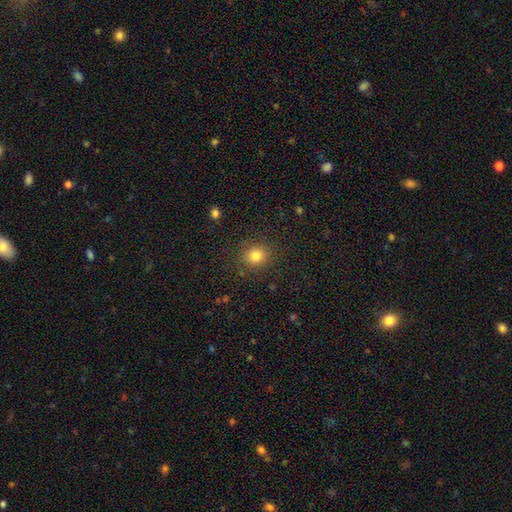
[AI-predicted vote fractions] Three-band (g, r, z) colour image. It shows a smooth galaxy with no disk features (82%) that is round (82%). Merging: none (87%).